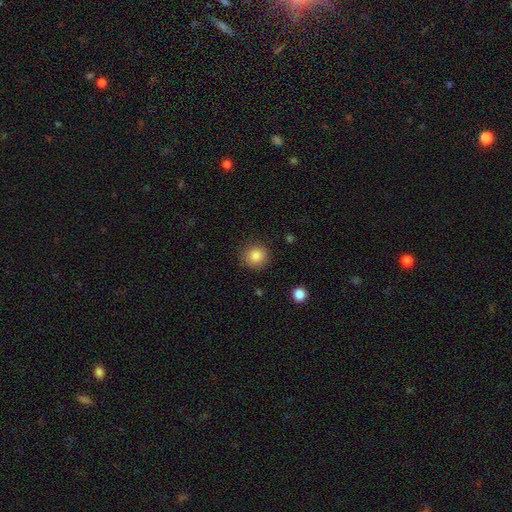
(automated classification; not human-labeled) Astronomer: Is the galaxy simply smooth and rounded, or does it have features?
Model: smooth — 86%.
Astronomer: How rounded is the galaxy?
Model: round — 92%.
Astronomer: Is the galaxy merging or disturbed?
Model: none — 88%.